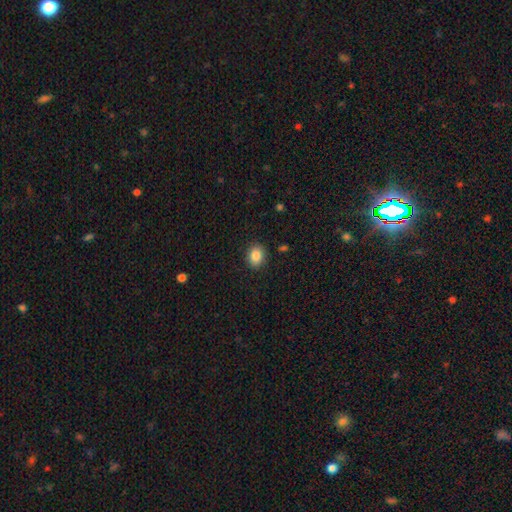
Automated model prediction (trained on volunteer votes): A smooth galaxy with no disk features (86%) that is round (60%). Merging: none (88%).